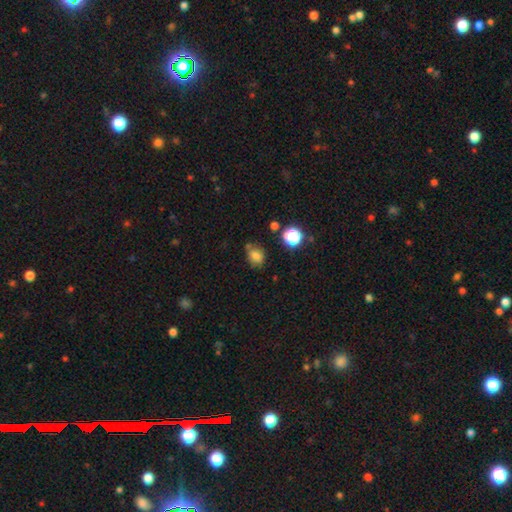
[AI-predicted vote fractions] Morphology: type=smooth (76%); roundness=round (50%); merging=none (60%).